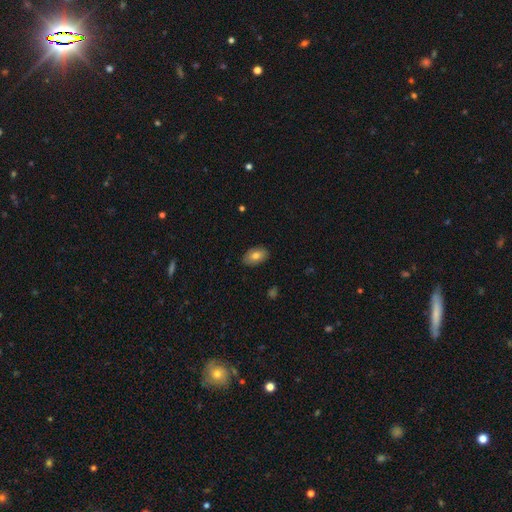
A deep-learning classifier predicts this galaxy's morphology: Smooth or featured? smooth (77%)
How rounded? in between (91%)
Merging? none (86%)